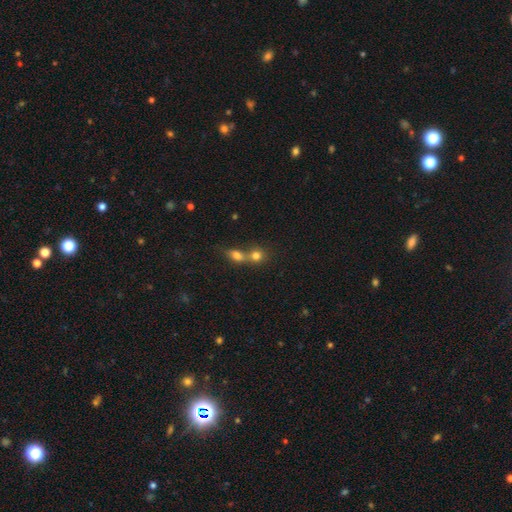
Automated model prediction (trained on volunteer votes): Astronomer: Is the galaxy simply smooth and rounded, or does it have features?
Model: smooth — 76%.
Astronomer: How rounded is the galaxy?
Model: round — 71%.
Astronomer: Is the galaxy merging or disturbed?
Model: merger — 65%.